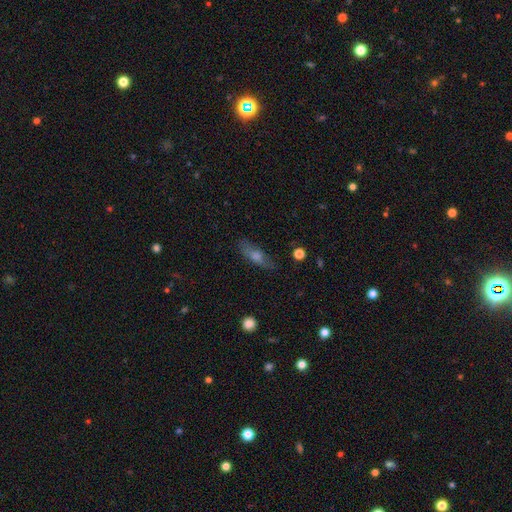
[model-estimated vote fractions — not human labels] smooth_or_featured: smooth (p=0.48) [alt: featured or disk p=0.41]
merging: none (p=0.78) [alt: minor disturbance p=0.16]